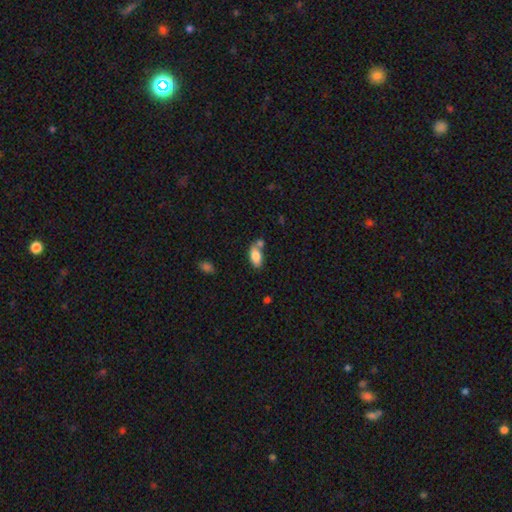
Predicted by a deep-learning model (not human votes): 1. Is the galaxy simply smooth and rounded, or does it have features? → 82% smooth, 11% featured or disk, 7% star or artifact.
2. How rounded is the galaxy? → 90% in between, 6% cigar-shaped, 4% round.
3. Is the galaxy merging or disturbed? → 50% none, 30% merger, 15% minor disturbance, 5% major disturbance.